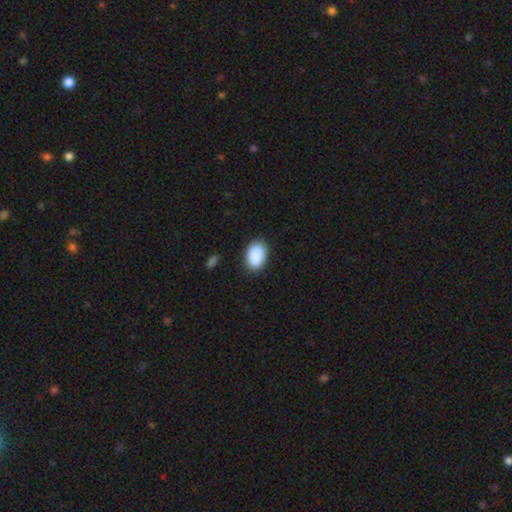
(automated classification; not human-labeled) Smooth or featured? smooth (91%)
How rounded? in between (88%)
Merging? none (87%)